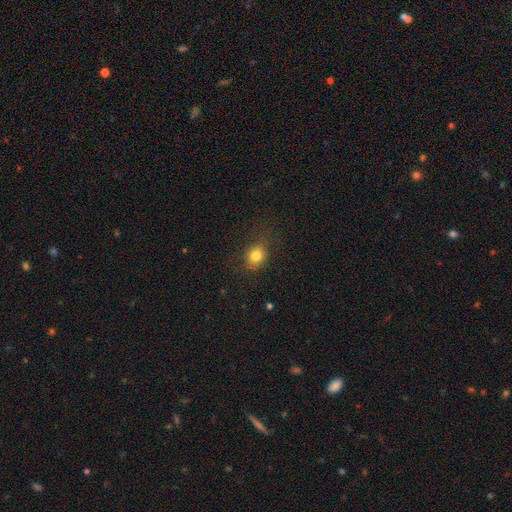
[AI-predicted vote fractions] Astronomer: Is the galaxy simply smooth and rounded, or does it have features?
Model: smooth — 80%.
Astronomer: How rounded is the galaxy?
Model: round — 69%.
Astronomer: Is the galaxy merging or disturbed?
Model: none — 79%.